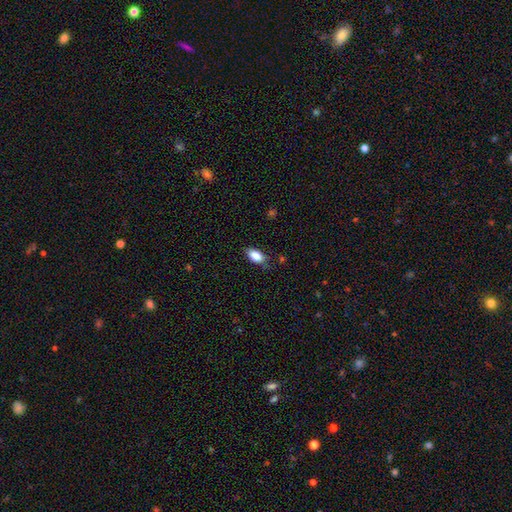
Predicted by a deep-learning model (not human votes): A smooth galaxy with no disk features (83%) that is in between round and cigar-shaped (89%).

Vote fractions:
- Smooth or featured? smooth: 83% / featured or disk: 9% / star or artifact: 8%
- How rounded? in between: 89% / cigar-shaped: 6% / round: 5%
- Merging? none: 76% / minor disturbance: 19% / major disturbance: 4% / merger: 1%